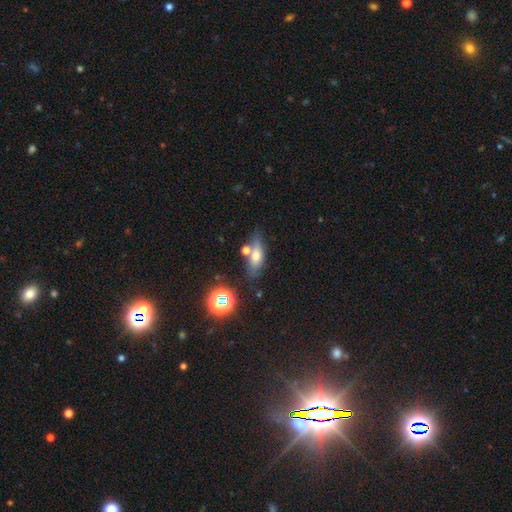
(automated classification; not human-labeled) Morphology: type=smooth (62%); roundness=in between (62%); merging=none (63%).